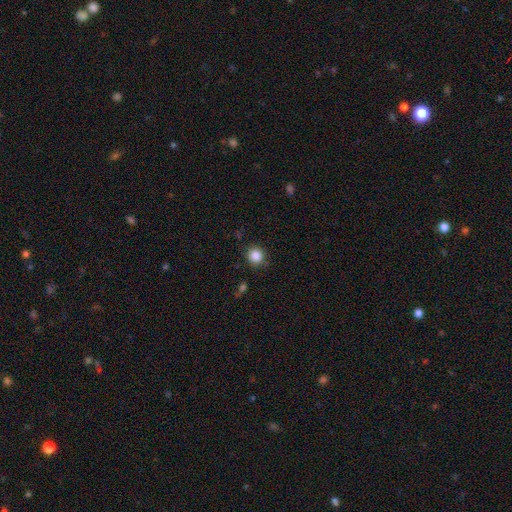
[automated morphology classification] The model was most divided on "merging": none: 85%, minor disturbance: 11%, major disturbance: 3%, merger: 2%. More confident: how rounded — round (87%); smooth or featured — smooth (86%).